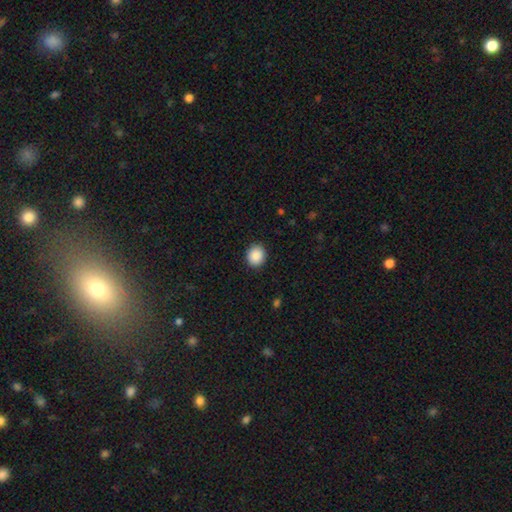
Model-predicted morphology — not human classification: The model was most divided on "how rounded": round: 74%, in between: 25%, cigar-shaped: 1%. More confident: merging — none (91%); smooth or featured — smooth (89%).